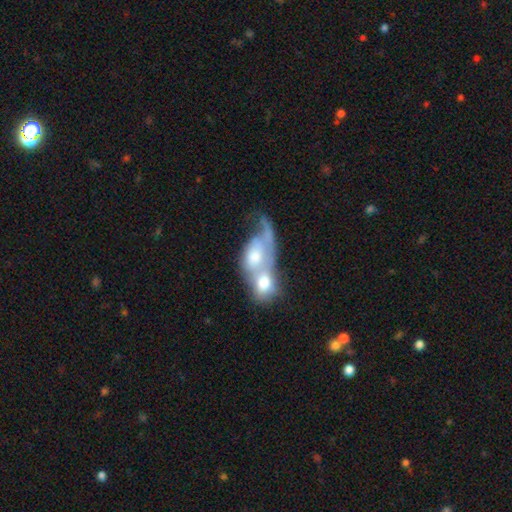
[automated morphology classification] A smooth galaxy with no disk features (48%).

Vote fractions:
- Smooth or featured? smooth: 48% / featured or disk: 44% / star or artifact: 8%
- Merging? merger: 74% / major disturbance: 13% / none: 7% / minor disturbance: 5%